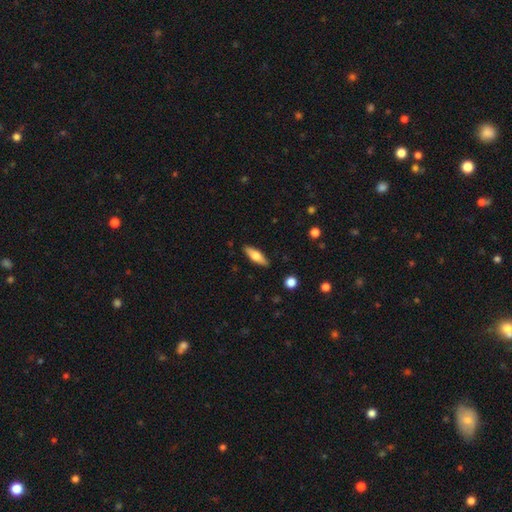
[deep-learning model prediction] smooth 64%, featured or disk 30%, star or artifact 6%. Down the decision tree: how rounded — in between (49%, tied with cigar-shaped); merging — none (89%).